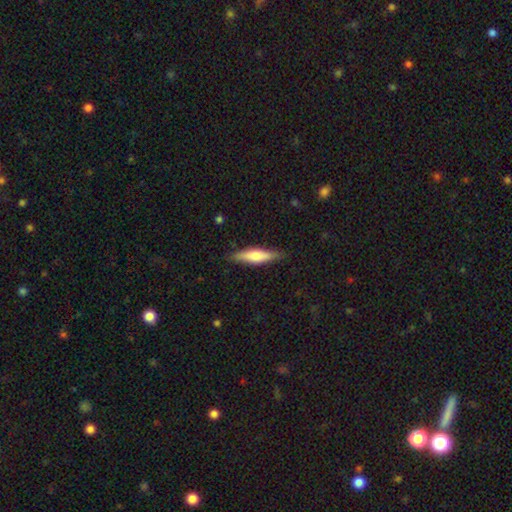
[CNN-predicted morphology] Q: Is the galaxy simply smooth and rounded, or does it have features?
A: smooth — 56%.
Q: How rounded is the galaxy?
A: cigar-shaped — 78%.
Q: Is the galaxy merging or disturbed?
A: none — 86%.